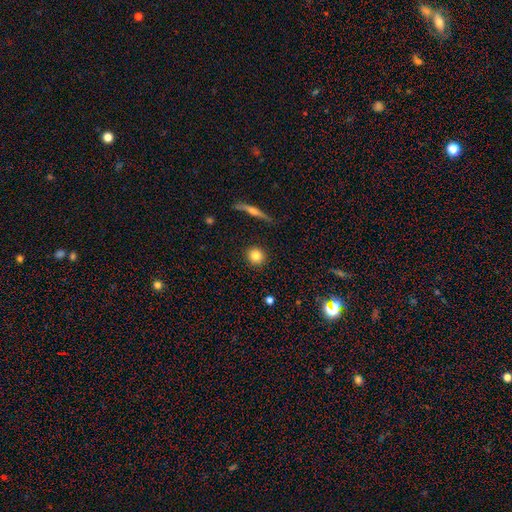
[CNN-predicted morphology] This appears to be a smooth galaxy with no disk features (82%) that is round (92%). Merging: none (91%).